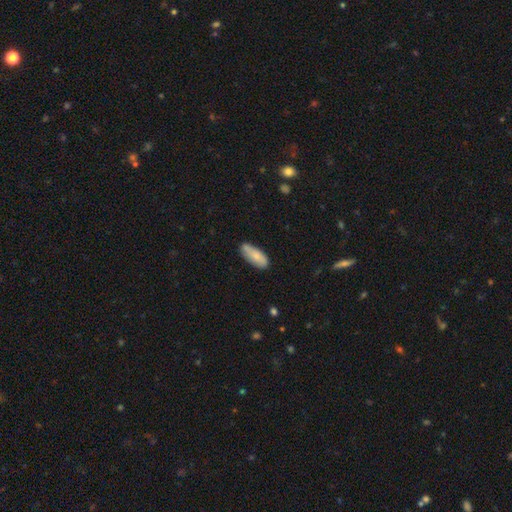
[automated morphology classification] smooth 78%, featured or disk 17%, star or artifact 6%. Down the decision tree: how rounded — in between (74%); merging — none (70%).